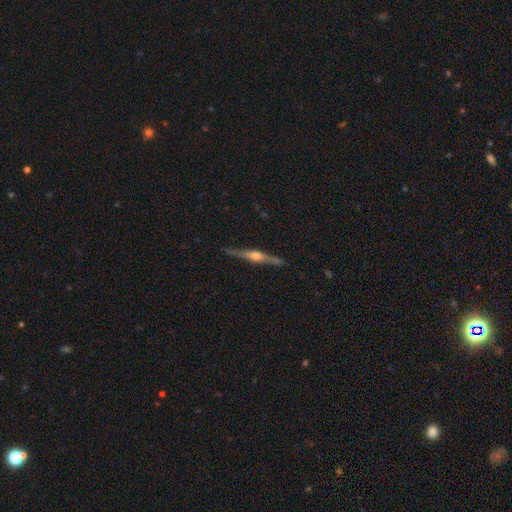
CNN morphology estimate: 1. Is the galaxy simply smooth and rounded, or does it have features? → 82% featured or disk, 12% smooth, 5% star or artifact.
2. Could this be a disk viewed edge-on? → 98% yes, 2% no.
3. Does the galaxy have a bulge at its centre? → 91% rounded, 6% boxy, 3% none.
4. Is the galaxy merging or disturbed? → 90% none, 7% minor disturbance, 1% major disturbance, 1% merger.